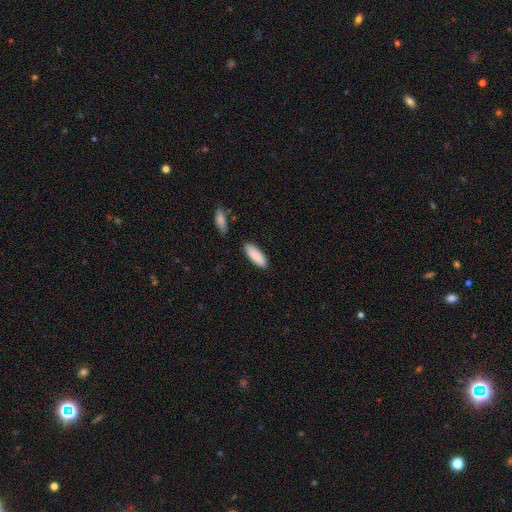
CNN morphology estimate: A smooth galaxy with no disk features (89%) that is in between round and cigar-shaped (69%). Merging: none (85%).